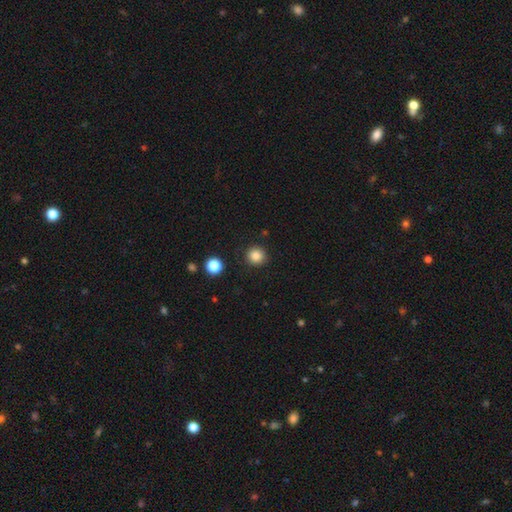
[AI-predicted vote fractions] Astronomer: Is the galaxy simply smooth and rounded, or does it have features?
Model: smooth — 85%.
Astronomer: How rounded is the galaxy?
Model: round — 94%.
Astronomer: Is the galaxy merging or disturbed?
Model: none — 90%.